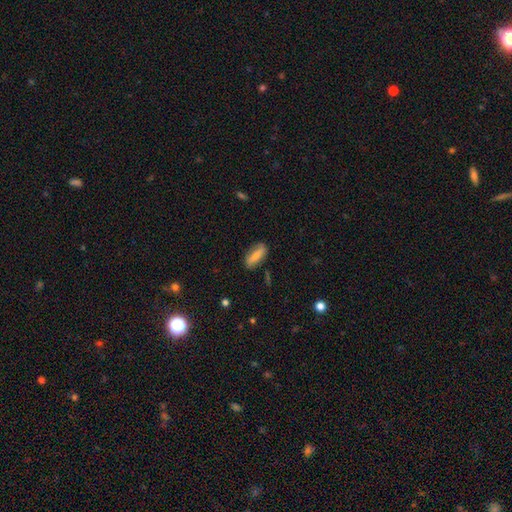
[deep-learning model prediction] The model was most divided on "how rounded": in between: 69%, cigar-shaped: 28%, round: 3%. More confident: merging — none (79%); smooth or featured — smooth (72%).